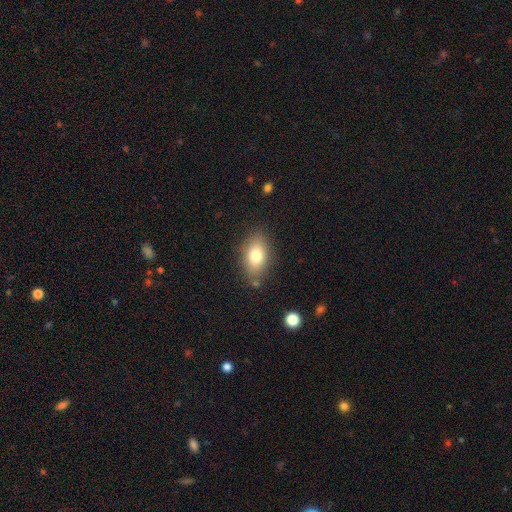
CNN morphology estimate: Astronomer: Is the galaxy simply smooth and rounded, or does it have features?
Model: smooth — 78%.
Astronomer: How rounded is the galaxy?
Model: in between — 87%.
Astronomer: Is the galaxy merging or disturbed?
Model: none — 78%.